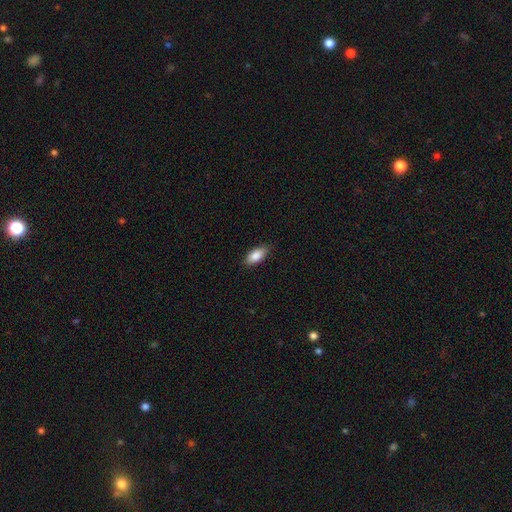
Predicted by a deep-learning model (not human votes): A smooth galaxy with no disk features (87%) that is in between round and cigar-shaped (88%). Merging: none (86%).